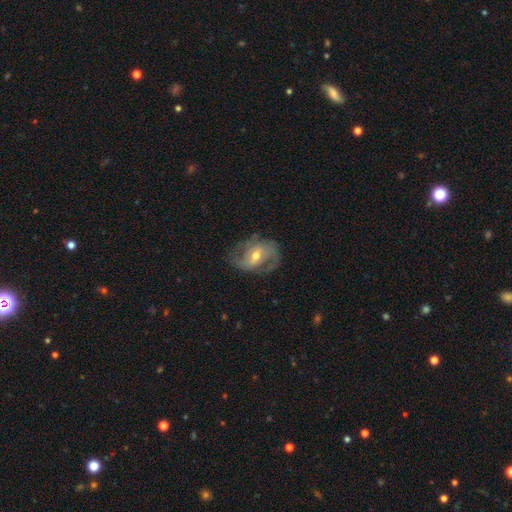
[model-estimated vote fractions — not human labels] Smooth or featured? featured or disk (79%)
Edge-on disk? no (96%)
Bar? weak (47%)
Spiral arms? yes (89%)
Spiral winding? medium (46%)
Spiral arm count? 2 (69%)
Bulge size? moderate (60%)
Merging? none (65%)